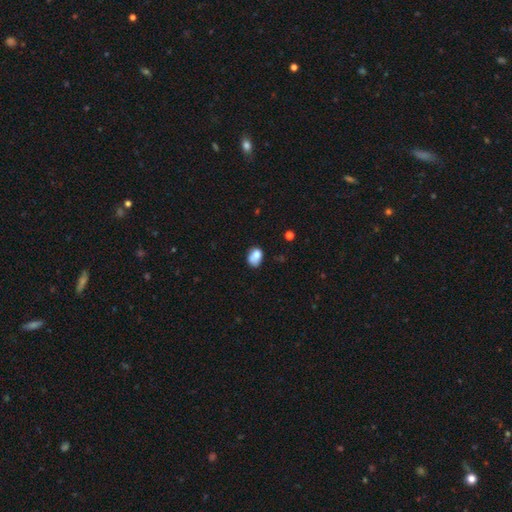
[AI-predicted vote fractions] Smooth or featured? smooth (79%)
How rounded? in between (64%)
Merging? none (50%)